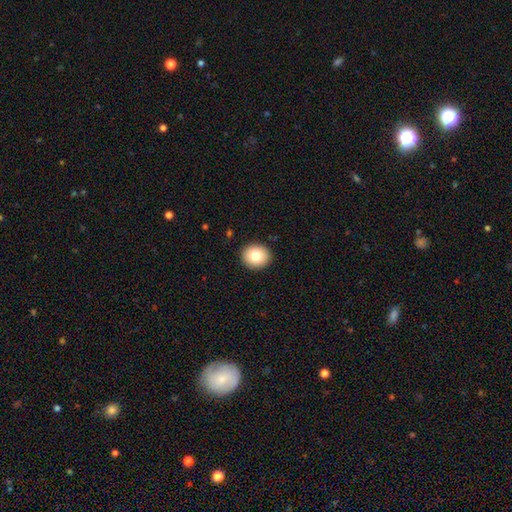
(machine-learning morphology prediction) The model was most divided on "how rounded": round: 80%, in between: 19%, cigar-shaped: 1%. More confident: merging — none (91%); smooth or featured — smooth (79%).